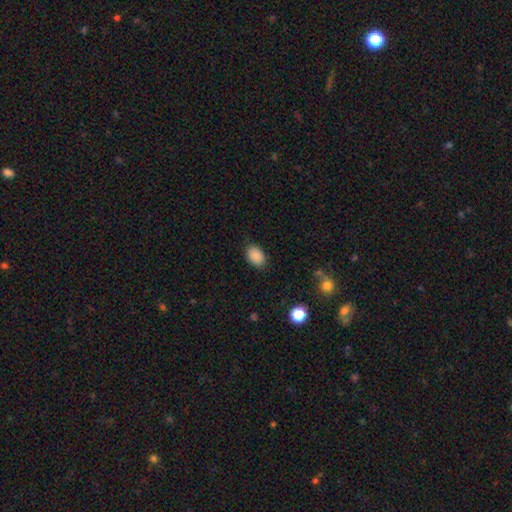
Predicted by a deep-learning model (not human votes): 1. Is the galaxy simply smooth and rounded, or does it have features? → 88% smooth, 8% star or artifact, 3% featured or disk.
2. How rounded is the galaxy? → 86% in between, 13% round, 1% cigar-shaped.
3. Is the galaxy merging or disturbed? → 85% none, 12% minor disturbance, 3% major disturbance, 1% merger.